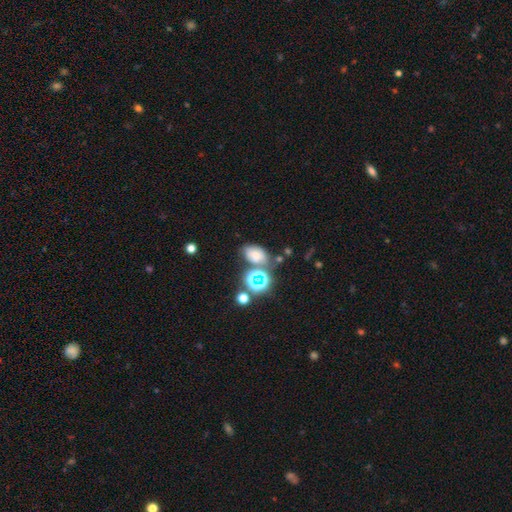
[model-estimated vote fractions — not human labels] Smooth or featured?
  - smooth: 57% *
  - star or artifact: 27%
  - featured or disk: 16%
How rounded?
  - in between: 75% *
  - round: 24%
  - cigar-shaped: 2%
Merging?
  - none: 55% *
  - minor disturbance: 19%
  - merger: 19%
  - major disturbance: 8%